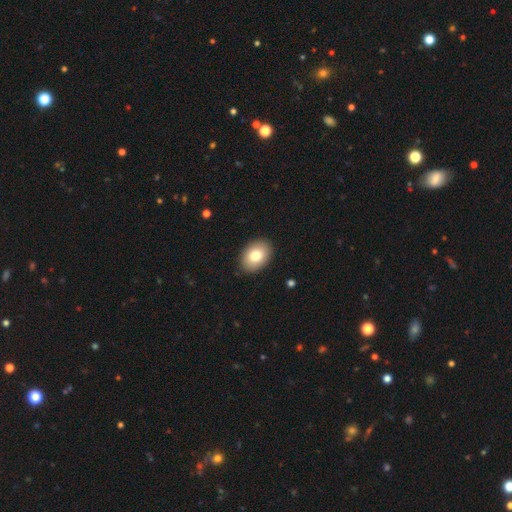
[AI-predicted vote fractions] Smooth or featured? Predicted: smooth (p=0.80). How rounded? Predicted: in between (p=0.79). Merging? Predicted: none (p=0.90).